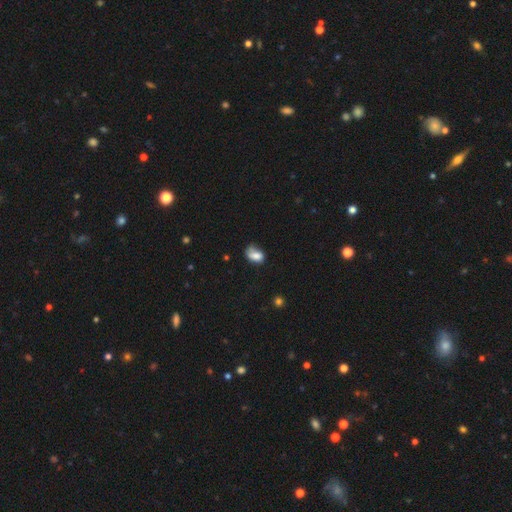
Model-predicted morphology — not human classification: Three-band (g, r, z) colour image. It shows a smooth galaxy with no disk features (74%) that is in between round and cigar-shaped (81%). Merging: minor disturbance (37%).